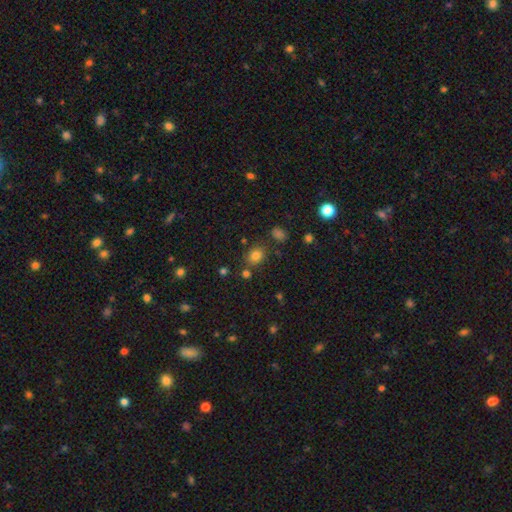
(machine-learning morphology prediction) Smooth or featured: smooth — 78% (star or artifact — 16%)
How rounded: round — 61% (in between — 38%)
Merging: none — 77% (minor disturbance — 12%)